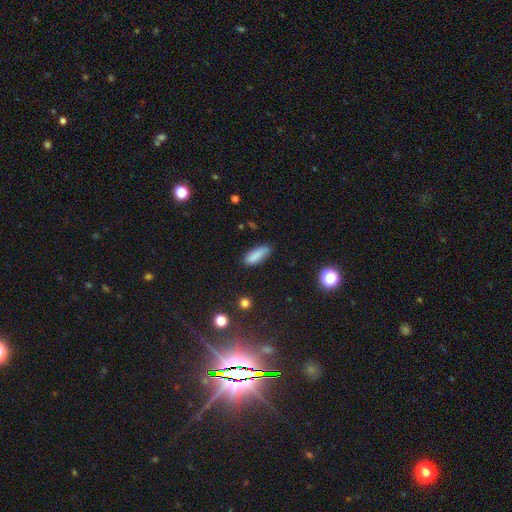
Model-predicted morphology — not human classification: A smooth galaxy with no disk features (85%) that is in between round and cigar-shaped (65%).

Vote fractions:
- Smooth or featured? smooth: 85% / star or artifact: 8% / featured or disk: 8%
- How rounded? in between: 65% / cigar-shaped: 33% / round: 2%
- Merging? none: 75% / minor disturbance: 19% / major disturbance: 4% / merger: 2%